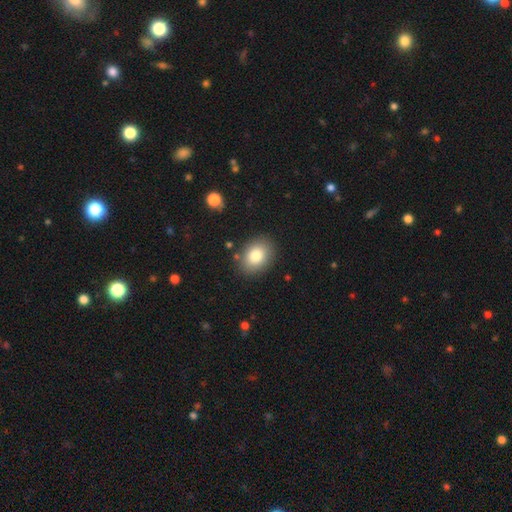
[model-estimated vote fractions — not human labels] Smooth or featured? Predicted: smooth (p=0.81). How rounded? Predicted: in between (p=0.65). Merging? Predicted: none (p=0.87).